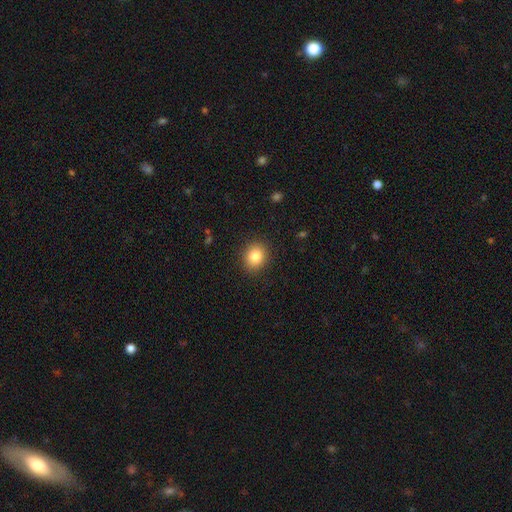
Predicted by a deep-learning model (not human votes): smooth_or_featured: smooth (p=0.84) [alt: star or artifact p=0.10]
how_rounded: round (p=0.67) [alt: in between p=0.33]
merging: none (p=0.89) [alt: minor disturbance p=0.07]